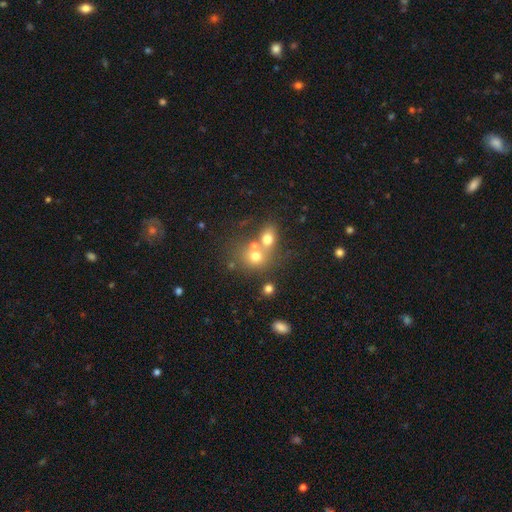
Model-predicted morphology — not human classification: smooth 64%, featured or disk 19%, star or artifact 17%. Down the decision tree: how rounded — round (68%); merging — merger (53%).